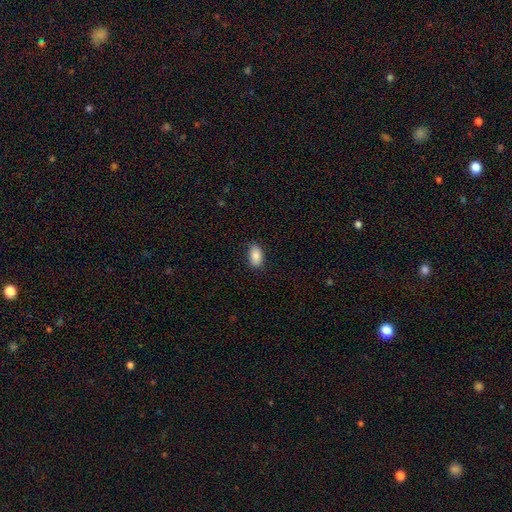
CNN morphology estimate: Smooth or featured?
  - smooth: 87% *
  - star or artifact: 7%
  - featured or disk: 6%
How rounded?
  - in between: 92% *
  - round: 6%
  - cigar-shaped: 2%
Merging?
  - none: 84% *
  - minor disturbance: 13%
  - major disturbance: 2%
  - merger: 1%